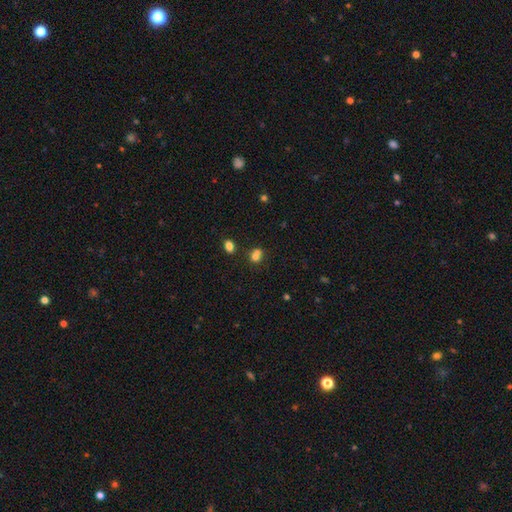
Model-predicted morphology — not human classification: Overall: smooth (72%). How rounded: round (68%; in between 31%). Merging: merger (46%; none 42%).